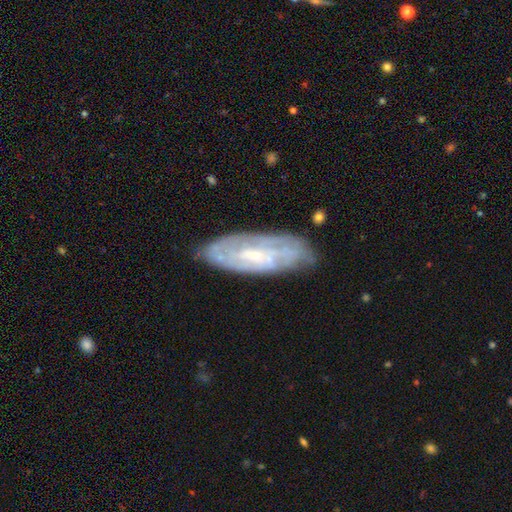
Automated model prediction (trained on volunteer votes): Smooth or featured?
  - featured or disk: 78% *
  - smooth: 15%
  - star or artifact: 7%
Edge-on disk?
  - no: 86% *
  - yes: 14%
Bar?
  - no: 46% *
  - weak: 40%
  - strong: 14%
Spiral arms?
  - yes: 87% *
  - no: 13%
Spiral winding?
  - tight: 67% *
  - medium: 26%
  - loose: 7%
Spiral arm count?
  - can't tell: 51% *
  - 2: 19%
  - 3: 12%
  - 4: 9%
  - more than 4: 5%
  - 1: 4%
Bulge size?
  - small: 72% *
  - moderate: 23%
  - none: 3%
  - large: 1%
  - dominant: 1%
Merging?
  - none: 77% *
  - minor disturbance: 17%
  - major disturbance: 4%
  - merger: 2%